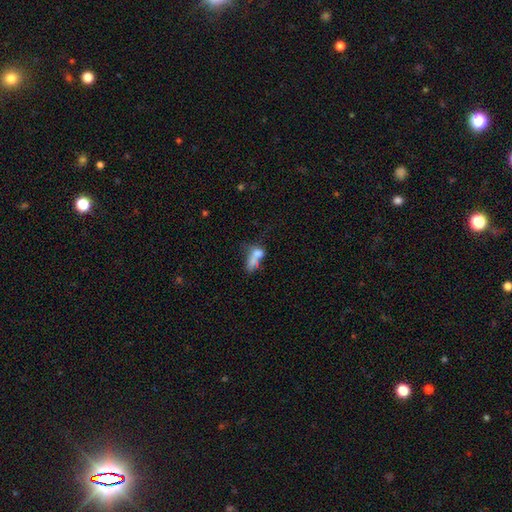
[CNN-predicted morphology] This appears to be a smooth galaxy with no disk features (63%) that is in between round and cigar-shaped (68%). Merging: merger (55%).